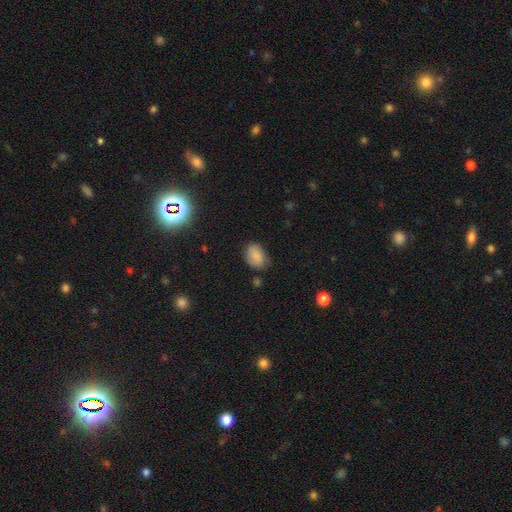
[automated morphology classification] smooth-or-featured: smooth: 83% | star or artifact: 9% | featured or disk: 8%
  how-rounded: in between: 82% | round: 17% | cigar-shaped: 1%
  merging: none: 73% | minor disturbance: 21% | major disturbance: 4% | merger: 2%